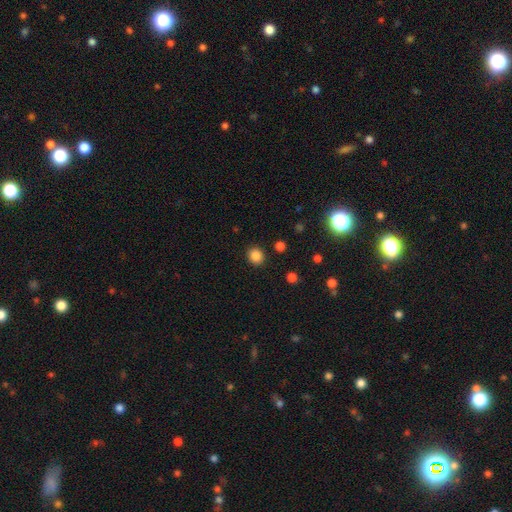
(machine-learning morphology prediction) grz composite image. It shows a smooth galaxy with no disk features (85%) that is round (80%). Merging: none (89%).